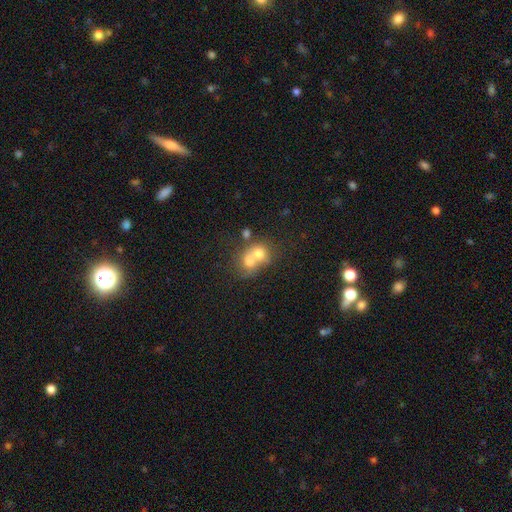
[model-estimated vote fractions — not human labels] Smooth or featured? Predicted: smooth (p=0.66). How rounded? Predicted: round (p=0.64). Merging? Predicted: merger (p=0.73).